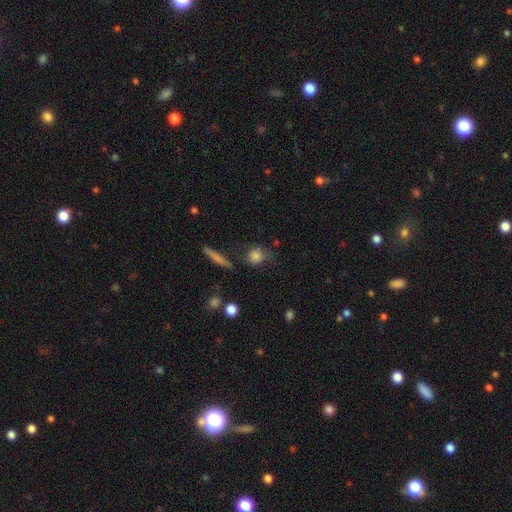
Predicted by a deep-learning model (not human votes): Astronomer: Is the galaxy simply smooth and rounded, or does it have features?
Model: smooth — 75%.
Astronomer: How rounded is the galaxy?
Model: round — 76%.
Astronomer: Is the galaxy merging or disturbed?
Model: none — 61%.